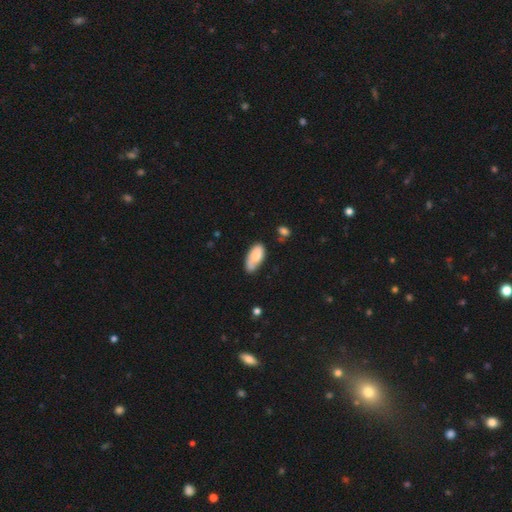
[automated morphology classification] Q: Smooth or featured?
A: smooth (74%); runner-up: featured or disk (19%)
Q: How rounded?
A: in between (90%); runner-up: cigar-shaped (7%)
Q: Merging?
A: none (55%); runner-up: minor disturbance (28%)